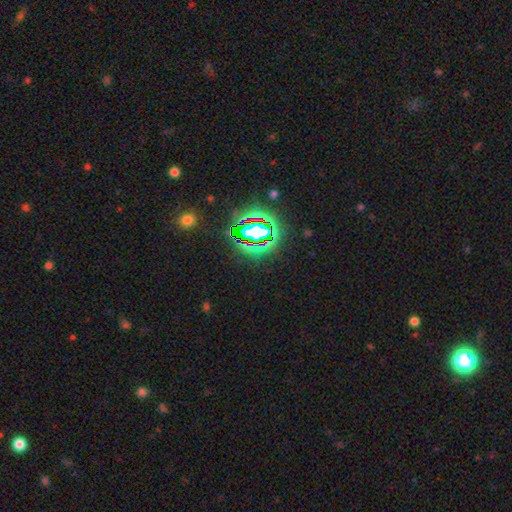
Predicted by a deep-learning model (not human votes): The model was most divided on "smooth or featured": star or artifact: 78%, smooth: 13%, featured or disk: 9%.